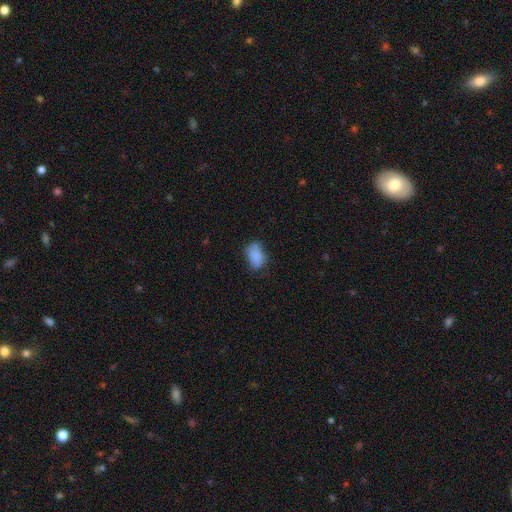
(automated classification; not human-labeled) The model was most divided on "merging": none: 61%, minor disturbance: 29%, major disturbance: 9%, merger: 2%. More confident: how rounded — in between (88%); smooth or featured — smooth (84%).